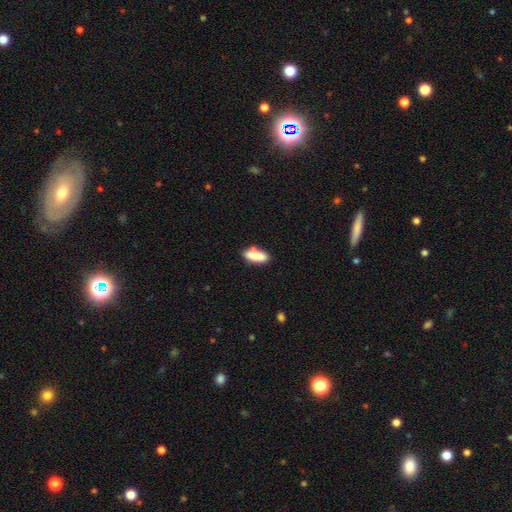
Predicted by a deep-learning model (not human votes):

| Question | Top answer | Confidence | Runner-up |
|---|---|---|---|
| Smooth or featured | smooth | 84% | featured or disk (9%) |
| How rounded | in between | 55% | cigar-shaped (42%) |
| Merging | none | 76% | minor disturbance (15%) |